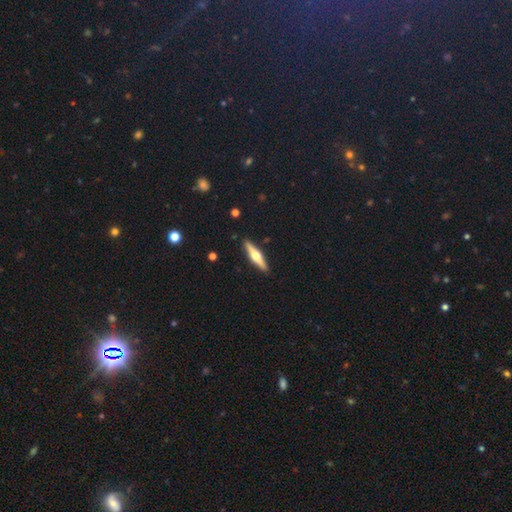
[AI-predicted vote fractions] This appears to be a featured or disk galaxy (65%) viewed edge-on (97%) with a rounded central bulge (94%). Merging: none (91%).